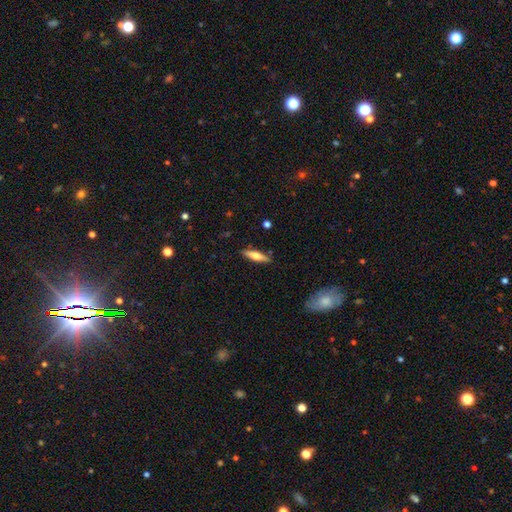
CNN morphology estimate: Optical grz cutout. It shows a smooth galaxy with no disk features (51%) that is cigar-shaped (72%). Merging: none (87%).